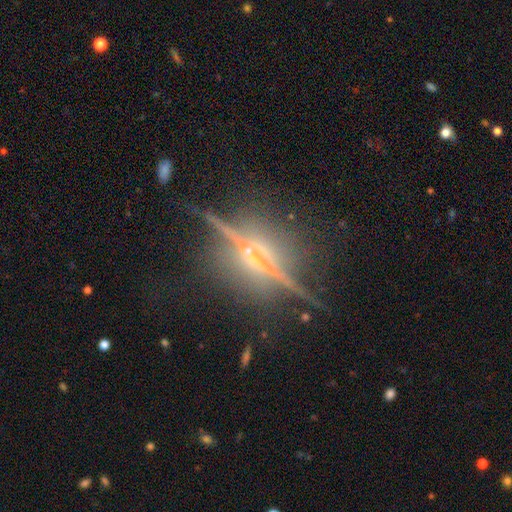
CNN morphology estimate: Overall: featured or disk (80%). Edge-on disk: yes (94%). Edge-on bulge: rounded (88%). Merging: none (82%).